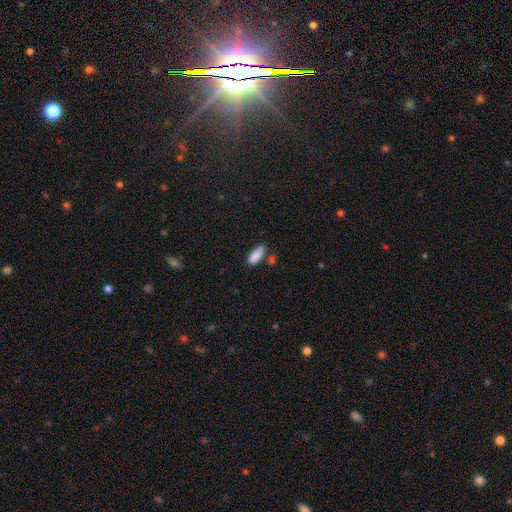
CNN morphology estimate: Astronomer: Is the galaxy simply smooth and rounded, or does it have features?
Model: smooth — 88%.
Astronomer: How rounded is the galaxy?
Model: in between — 72%.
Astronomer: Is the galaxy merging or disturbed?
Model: none — 68%.